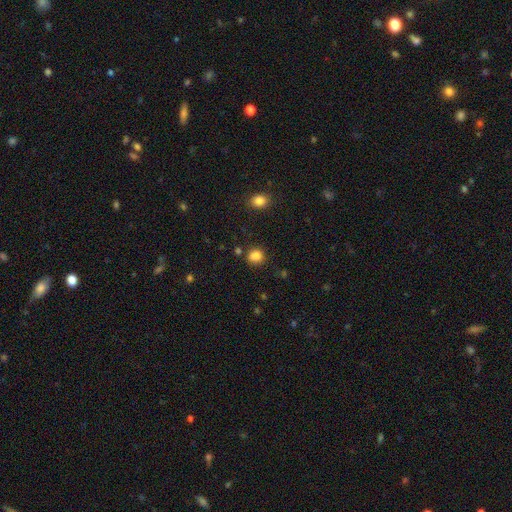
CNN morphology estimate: smooth 84%, star or artifact 12%, featured or disk 4%. Down the decision tree: how rounded — round (67%); merging — none (77%).